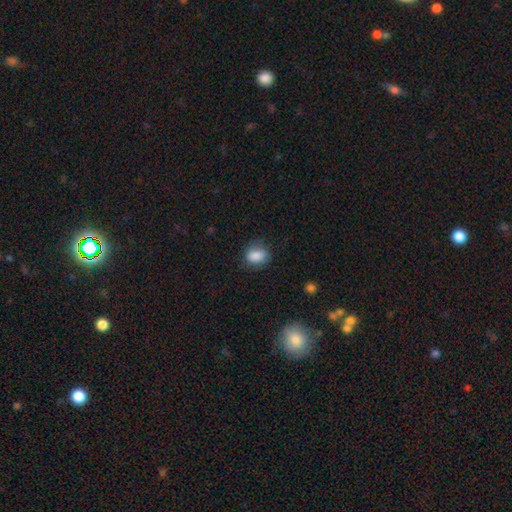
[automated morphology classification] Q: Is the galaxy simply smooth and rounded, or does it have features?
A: smooth — 85%.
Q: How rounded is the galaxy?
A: in between — 62%.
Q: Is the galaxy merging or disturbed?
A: none — 74%.